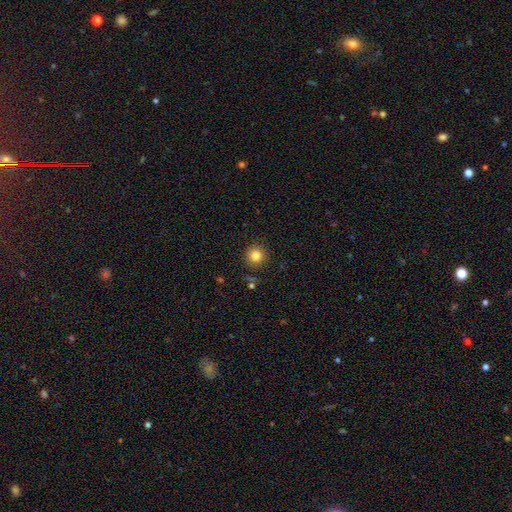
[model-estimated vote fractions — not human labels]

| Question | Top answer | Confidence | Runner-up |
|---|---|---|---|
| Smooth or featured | smooth | 82% | star or artifact (12%) |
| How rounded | round | 93% | in between (6%) |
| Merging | none | 90% | minor disturbance (7%) |